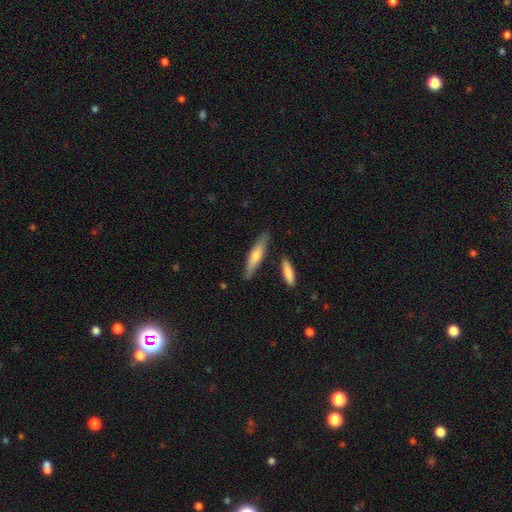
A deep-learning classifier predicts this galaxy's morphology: type=smooth (59%); roundness=cigar-shaped (81%); merging=none (83%).